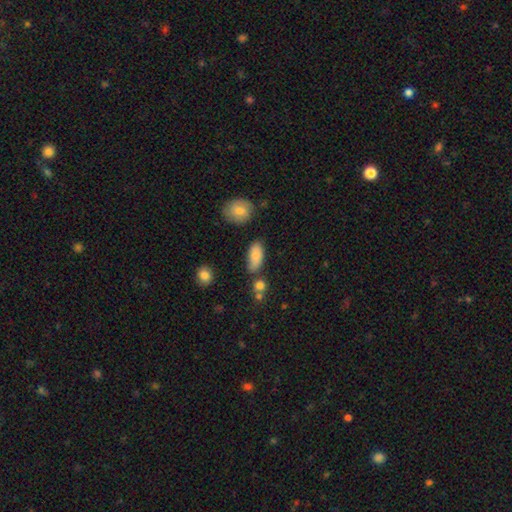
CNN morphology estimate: Smooth or featured? smooth (81%)
How rounded? in between (87%)
Merging? none (67%)